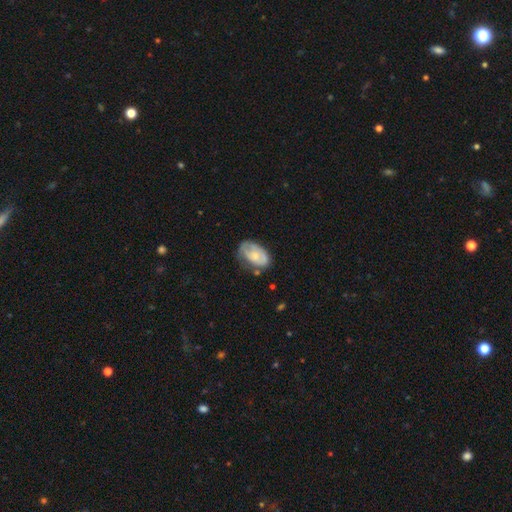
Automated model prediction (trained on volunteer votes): Morphology: type=smooth (53%); roundness=in between (90%); merging=none (49%).